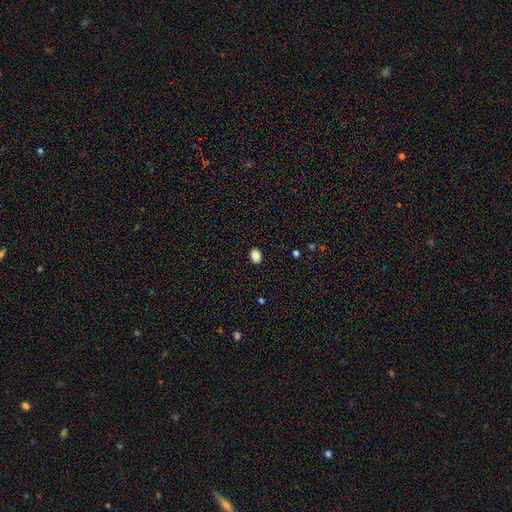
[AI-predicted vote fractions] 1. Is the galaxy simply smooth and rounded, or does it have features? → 87% smooth, 9% star or artifact, 4% featured or disk.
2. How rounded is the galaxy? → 70% in between, 29% round, 1% cigar-shaped.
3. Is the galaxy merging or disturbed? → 89% none, 8% minor disturbance, 2% major disturbance, 1% merger.